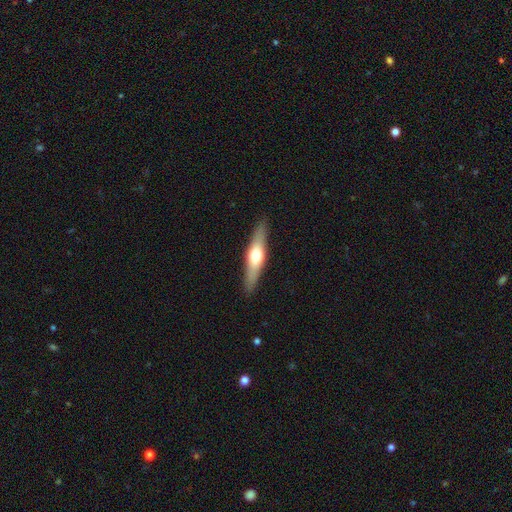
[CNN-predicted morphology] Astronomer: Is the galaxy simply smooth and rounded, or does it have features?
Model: featured or disk — 54% (runner-up: smooth, 41%).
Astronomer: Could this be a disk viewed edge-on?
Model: yes — 92%.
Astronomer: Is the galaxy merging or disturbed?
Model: none — 89%.